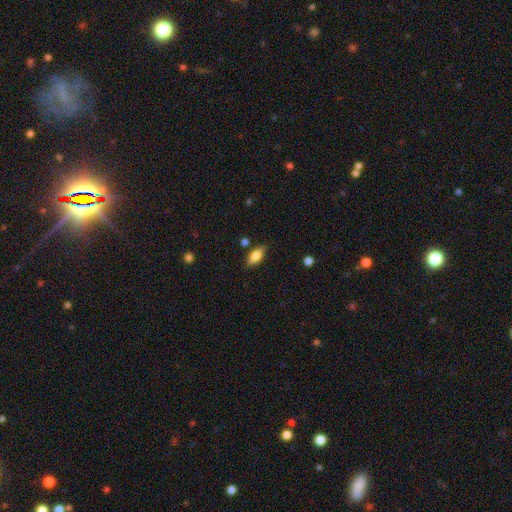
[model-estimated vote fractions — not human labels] Smooth or featured? Predicted: smooth (p=0.80). How rounded? Predicted: in between (p=0.85). Merging? Predicted: none (p=0.80).